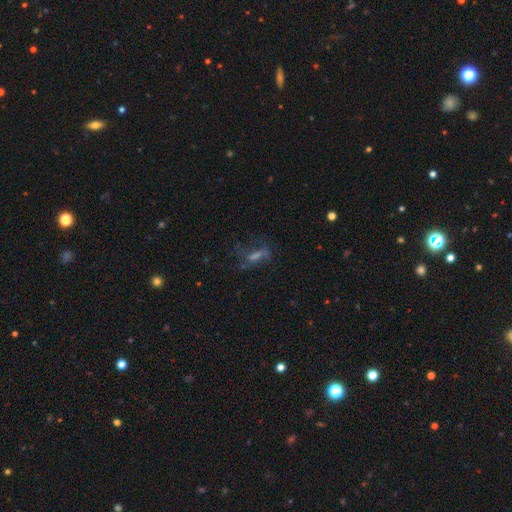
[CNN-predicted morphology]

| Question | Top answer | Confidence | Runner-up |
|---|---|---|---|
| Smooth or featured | featured or disk | 47% | star or artifact (28%) |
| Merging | none | 48% | major disturbance (29%) |